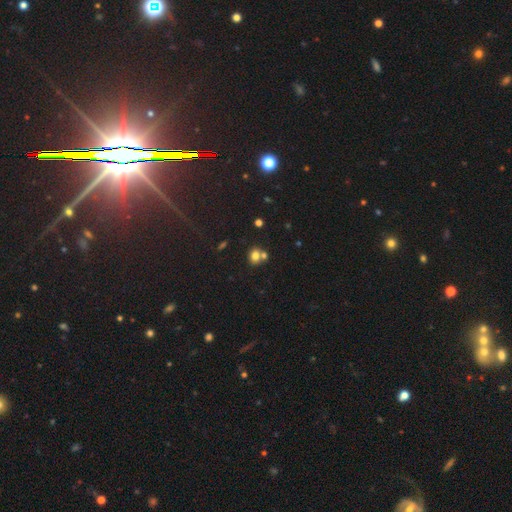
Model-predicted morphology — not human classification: A smooth galaxy with no disk features (75%) that is round (71%). Merging: none (51%).